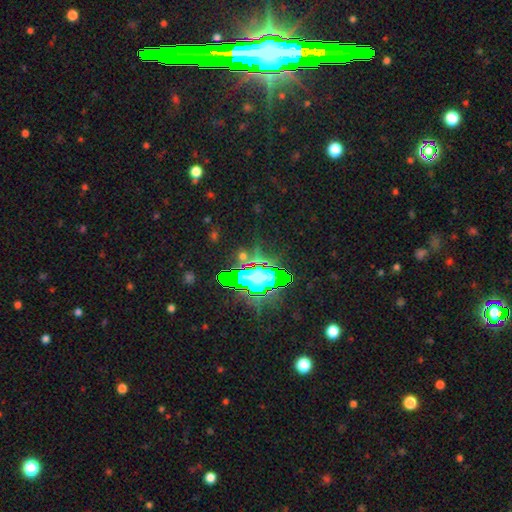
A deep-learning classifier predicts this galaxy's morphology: This is likely a star or artifact rather than a galaxy (78%).